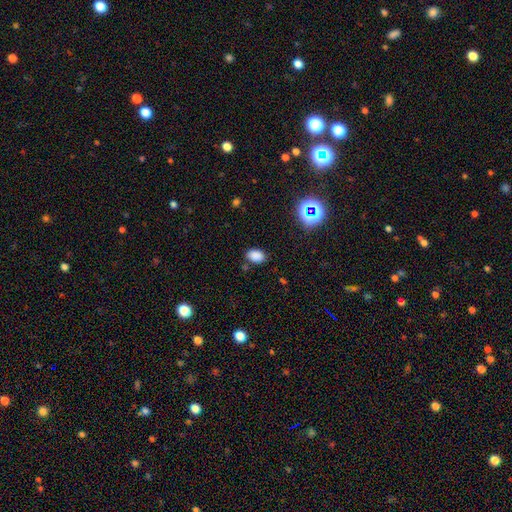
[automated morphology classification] A smooth galaxy with no disk features (83%) that is in between round and cigar-shaped (85%).

Vote fractions:
- Smooth or featured? smooth: 83% / star or artifact: 13% / featured or disk: 5%
- How rounded? in between: 85% / round: 14% / cigar-shaped: 1%
- Merging? none: 82% / minor disturbance: 12% / major disturbance: 3% / merger: 3%